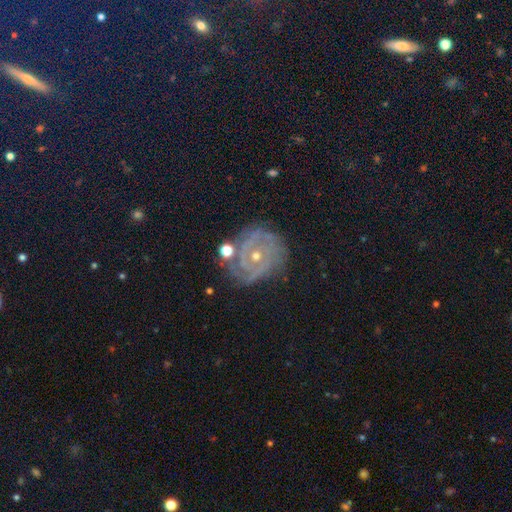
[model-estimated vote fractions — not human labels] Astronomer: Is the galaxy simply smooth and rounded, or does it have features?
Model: featured or disk — 84%.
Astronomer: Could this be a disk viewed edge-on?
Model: no — 97%.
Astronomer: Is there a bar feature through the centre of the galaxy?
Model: no — 71%.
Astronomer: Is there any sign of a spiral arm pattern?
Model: yes — 95%.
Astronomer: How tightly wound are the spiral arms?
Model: tight — 75%.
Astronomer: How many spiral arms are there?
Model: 2 — 28% (runner-up: 3, 27%).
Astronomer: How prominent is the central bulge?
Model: small — 59% (runner-up: moderate, 39%).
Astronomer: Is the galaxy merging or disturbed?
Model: none — 72%.